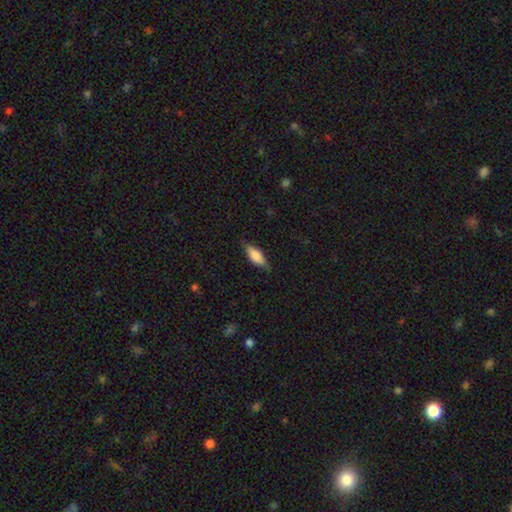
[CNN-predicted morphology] type=smooth (77%); roundness=in between (71%); merging=none (80%).